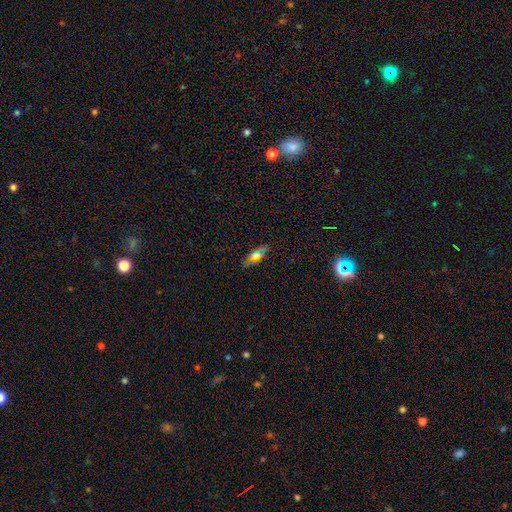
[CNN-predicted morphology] Q: Smooth or featured?
A: smooth (56%); runner-up: featured or disk (24%)
Q: How rounded?
A: in between (74%); runner-up: cigar-shaped (20%)
Q: Merging?
A: none (86%); runner-up: minor disturbance (10%)